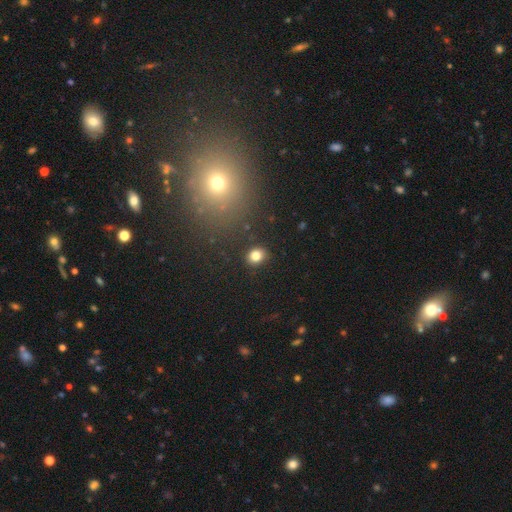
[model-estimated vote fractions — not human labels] smooth-or-featured: smooth: 81% | star or artifact: 12% | featured or disk: 7%
  how-rounded: round: 57% | in between: 42% | cigar-shaped: 1%
  merging: none: 88% | minor disturbance: 8% | major disturbance: 2% | merger: 2%